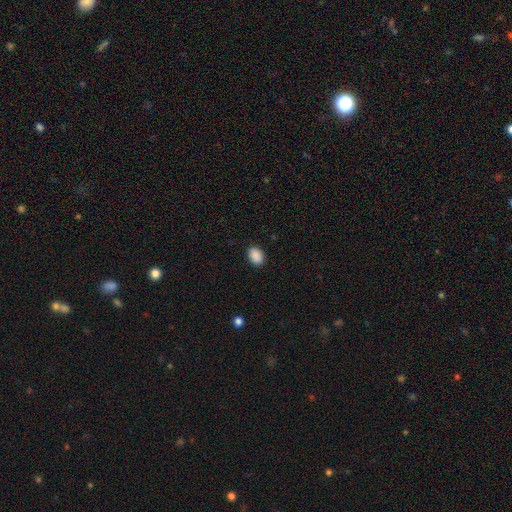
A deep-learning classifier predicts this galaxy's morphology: A smooth galaxy with no disk features (90%) that is in between round and cigar-shaped (75%). Merging: none (89%).